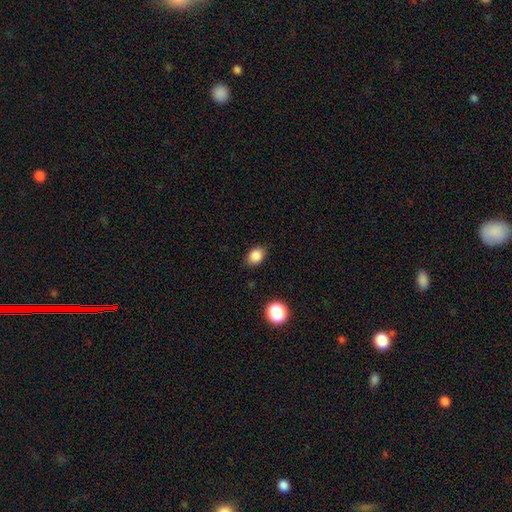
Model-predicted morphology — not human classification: Smooth or featured: smooth — 85% (star or artifact — 10%)
How rounded: in between — 69% (round — 30%)
Merging: none — 83% (minor disturbance — 13%)